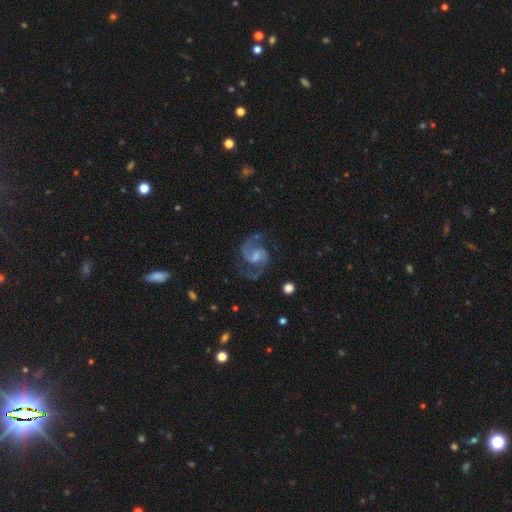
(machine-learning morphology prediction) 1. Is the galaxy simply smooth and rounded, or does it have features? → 89% featured or disk, 6% smooth, 5% star or artifact.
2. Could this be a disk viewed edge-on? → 98% no, 2% yes.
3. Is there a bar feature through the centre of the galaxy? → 58% weak, 26% no, 15% strong.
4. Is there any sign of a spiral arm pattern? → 97% yes, 3% no.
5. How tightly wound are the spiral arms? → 61% medium, 26% loose, 13% tight.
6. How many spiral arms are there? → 93% 2, 2% can't tell, 2% 1, 1% 3, 1% 4, 1% more than 4.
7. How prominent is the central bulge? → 40% small, 34% moderate, 20% none, 5% large, 1% dominant.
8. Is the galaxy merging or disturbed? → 72% none, 16% minor disturbance, 10% major disturbance, 2% merger.